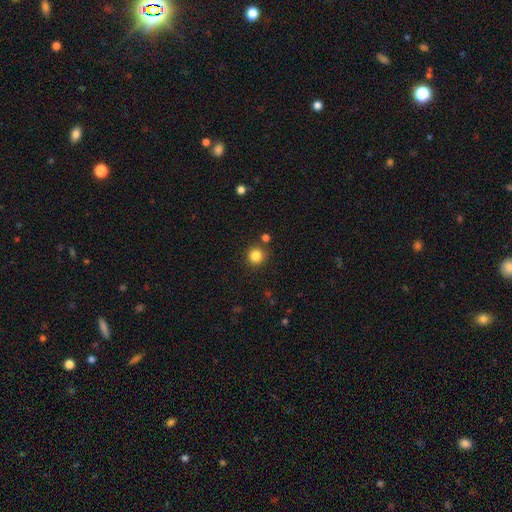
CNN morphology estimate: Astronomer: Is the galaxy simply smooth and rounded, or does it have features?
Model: smooth — 83%.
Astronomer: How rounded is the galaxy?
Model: round — 92%.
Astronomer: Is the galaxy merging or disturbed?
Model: none — 84%.